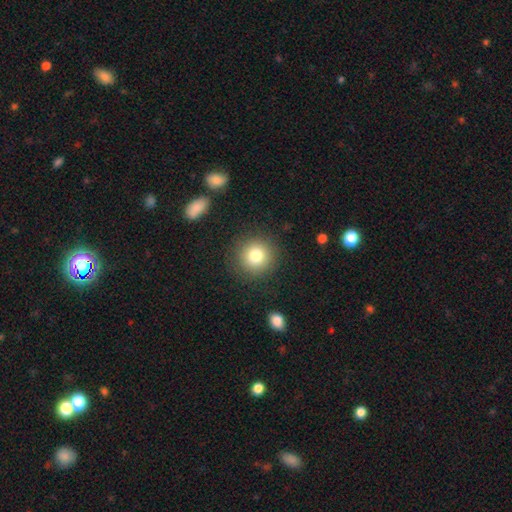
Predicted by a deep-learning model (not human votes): smooth 80%, star or artifact 11%, featured or disk 9%. Down the decision tree: how rounded — round (93%); merging — none (88%).